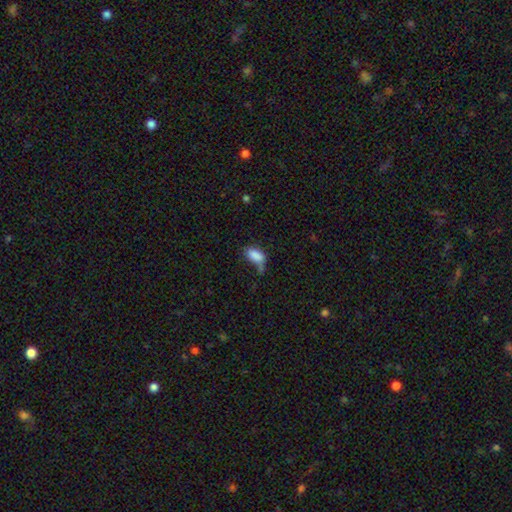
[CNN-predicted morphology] This appears to be a smooth galaxy with no disk features (84%) that is in between round and cigar-shaped (90%). Merging: none (35%).